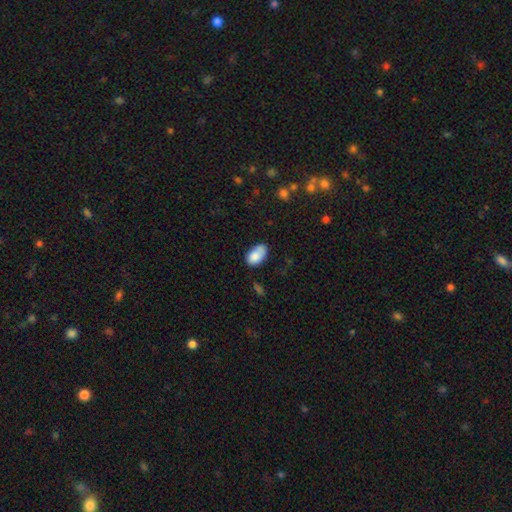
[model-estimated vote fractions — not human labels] The model was most divided on "merging": none: 56%, minor disturbance: 29%, major disturbance: 8%, merger: 7%. More confident: how rounded — in between (92%); smooth or featured — smooth (83%).